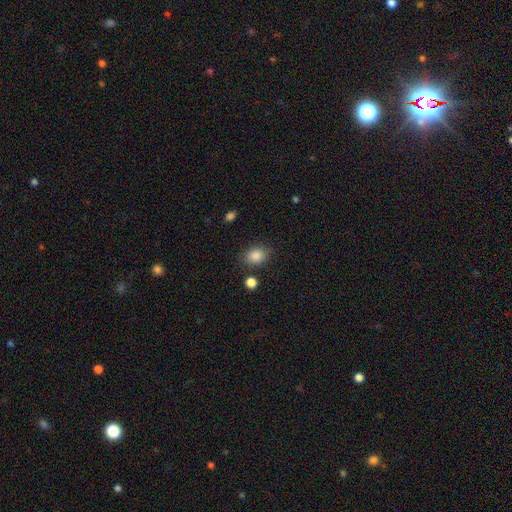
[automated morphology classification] Smooth or featured: smooth — 86% (star or artifact — 10%)
How rounded: in between — 52% (round — 47%)
Merging: none — 80% (minor disturbance — 12%)